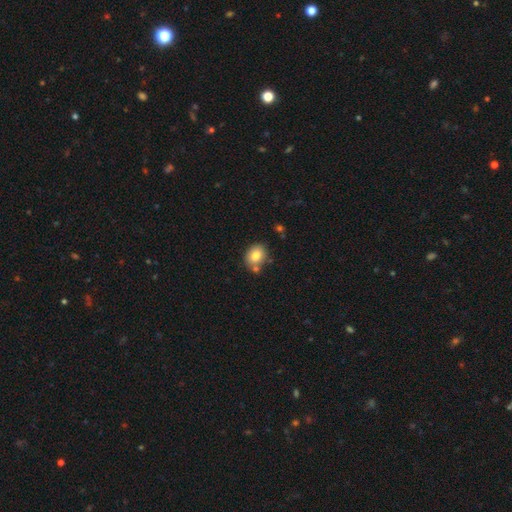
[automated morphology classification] Q: Smooth or featured?
A: smooth (81%); runner-up: featured or disk (10%)
Q: How rounded?
A: in between (53%); runner-up: round (46%)
Q: Merging?
A: none (67%); runner-up: minor disturbance (15%)